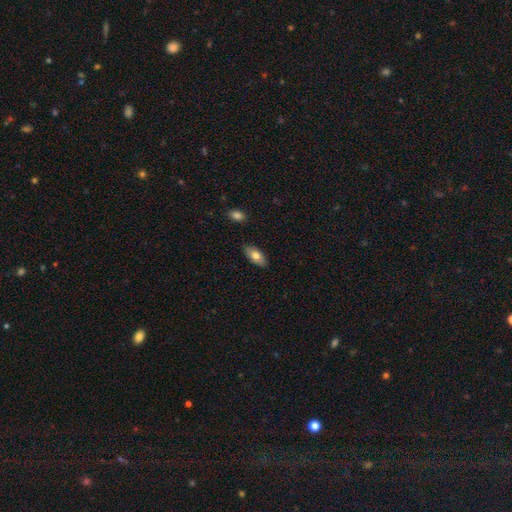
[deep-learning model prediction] This appears to be a smooth galaxy with no disk features (74%) that is in between round and cigar-shaped (88%). Merging: none (86%).